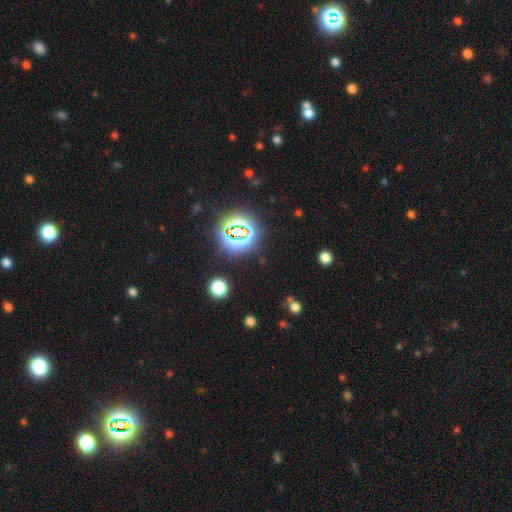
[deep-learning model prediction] Smooth or featured?
  - star or artifact: 80% *
  - smooth: 13%
  - featured or disk: 6%